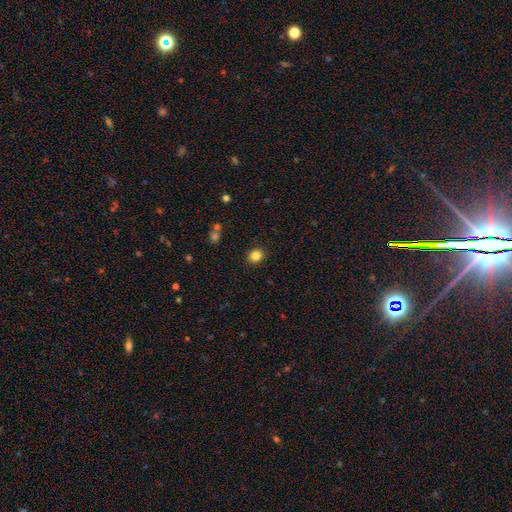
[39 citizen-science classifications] Smooth or featured: smooth — 90% (star or artifact — 8%)
How rounded: in between — 51% (round — 49%)
Merging: none — 92% (minor disturbance — 6%)